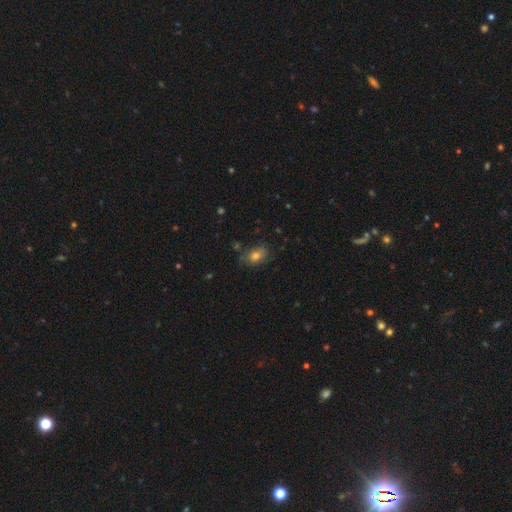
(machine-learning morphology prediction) Smooth or featured?
  - smooth: 71% *
  - featured or disk: 18%
  - star or artifact: 11%
How rounded?
  - in between: 79% *
  - round: 19%
  - cigar-shaped: 2%
Merging?
  - none: 64% *
  - minor disturbance: 24%
  - major disturbance: 8%
  - merger: 4%